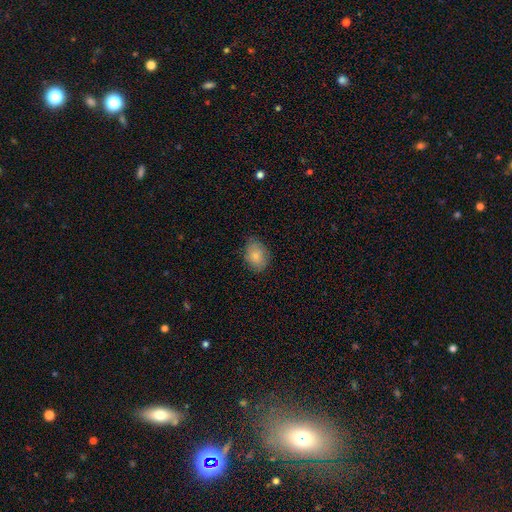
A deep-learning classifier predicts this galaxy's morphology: A smooth galaxy with no disk features (82%) that is in between round and cigar-shaped (72%).

Vote fractions:
- Smooth or featured? smooth: 82% / featured or disk: 10% / star or artifact: 7%
- How rounded? in between: 72% / round: 27% / cigar-shaped: 1%
- Merging? none: 76% / minor disturbance: 19% / major disturbance: 4% / merger: 1%